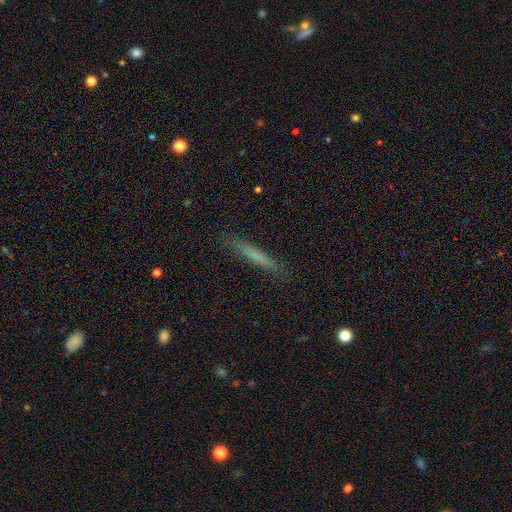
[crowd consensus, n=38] A smooth galaxy with no disk features (61%) that is cigar-shaped (100%).

Vote fractions:
- Smooth or featured? smooth: 61% / featured or disk: 32% / star or artifact: 8%
- How rounded? cigar-shaped: 100% / round: 0% / in between: 0%
- Merging? none: 86% / minor disturbance: 6% / major disturbance: 6% / merger: 3%